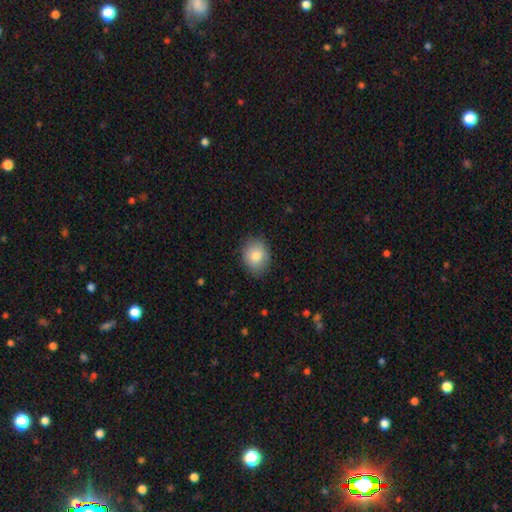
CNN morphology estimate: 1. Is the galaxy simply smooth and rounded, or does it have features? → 81% smooth, 11% featured or disk, 8% star or artifact.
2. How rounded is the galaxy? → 52% round, 47% in between, 1% cigar-shaped.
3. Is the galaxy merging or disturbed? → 84% none, 12% minor disturbance, 3% major disturbance, 1% merger.